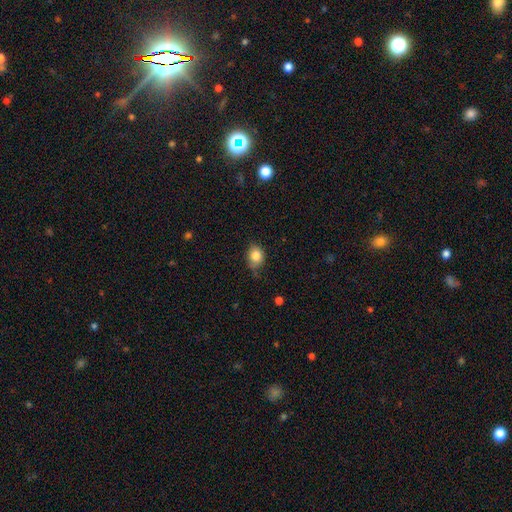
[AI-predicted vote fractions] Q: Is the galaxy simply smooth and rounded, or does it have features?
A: smooth — 83%.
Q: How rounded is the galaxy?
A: round — 57%.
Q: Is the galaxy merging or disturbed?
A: none — 65%.